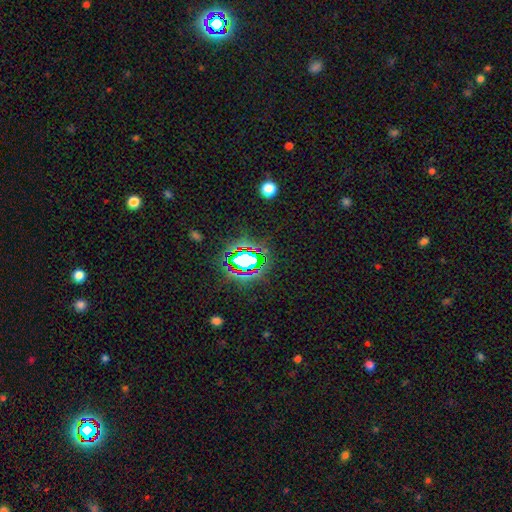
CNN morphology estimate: star or artifact 77%, smooth 14%, featured or disk 9%.